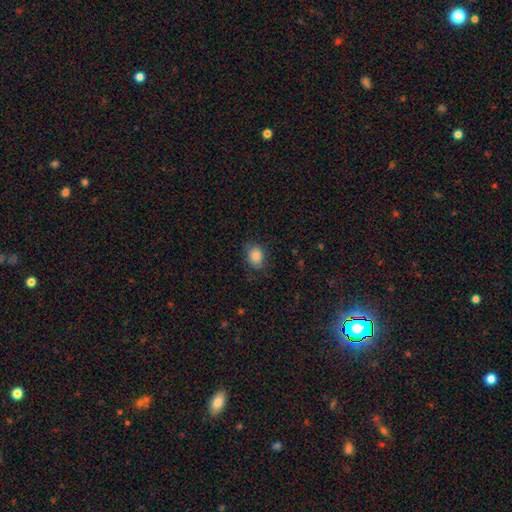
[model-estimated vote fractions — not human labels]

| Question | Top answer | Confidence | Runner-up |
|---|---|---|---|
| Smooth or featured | smooth | 84% | star or artifact (9%) |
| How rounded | in between | 58% | round (41%) |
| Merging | none | 74% | minor disturbance (19%) |